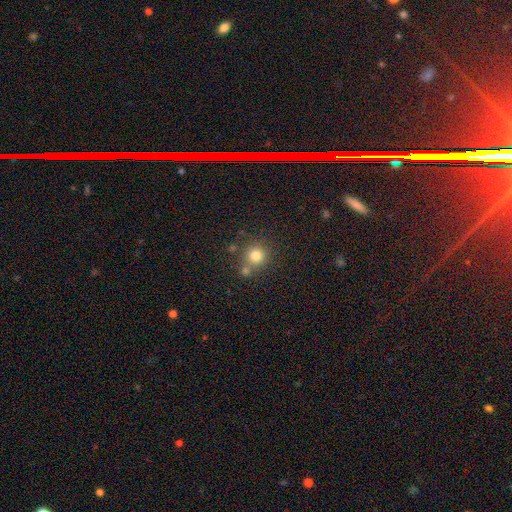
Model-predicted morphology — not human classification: Smooth or featured: smooth — 79% (star or artifact — 13%)
How rounded: round — 91% (in between — 8%)
Merging: none — 67% (merger — 20%)